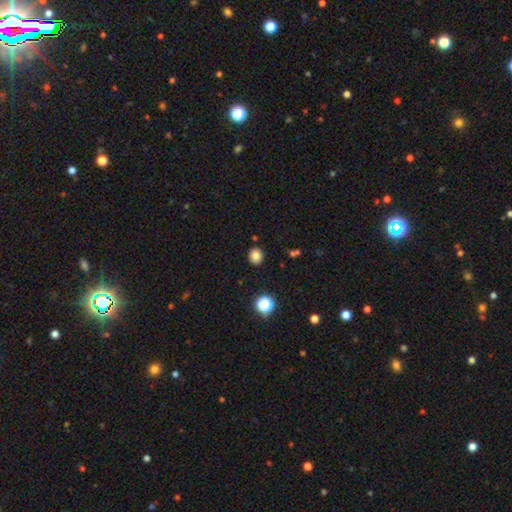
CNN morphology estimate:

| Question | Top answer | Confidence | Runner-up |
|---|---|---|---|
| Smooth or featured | smooth | 81% | star or artifact (13%) |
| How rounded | round | 79% | in between (20%) |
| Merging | none | 88% | minor disturbance (7%) |